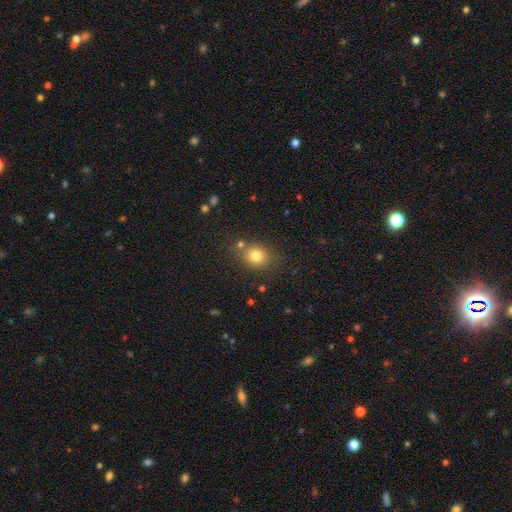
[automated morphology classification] smooth 77%, star or artifact 14%, featured or disk 9%. Down the decision tree: how rounded — round (57%); merging — none (74%).